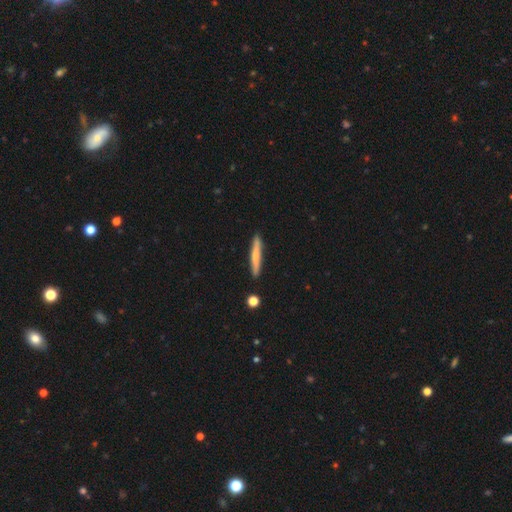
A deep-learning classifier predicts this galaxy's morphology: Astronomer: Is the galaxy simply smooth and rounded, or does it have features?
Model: smooth — 65%.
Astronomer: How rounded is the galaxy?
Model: cigar-shaped — 95%.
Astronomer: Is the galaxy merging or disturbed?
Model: none — 87%.